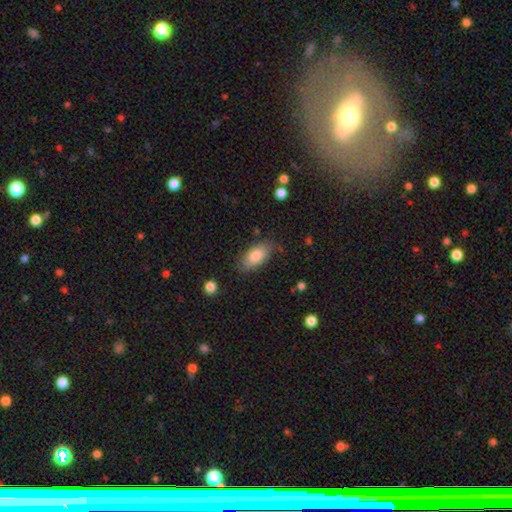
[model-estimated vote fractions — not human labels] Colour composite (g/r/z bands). It shows a smooth galaxy with no disk features (83%) that is in between round and cigar-shaped (91%). Merging: none (80%).